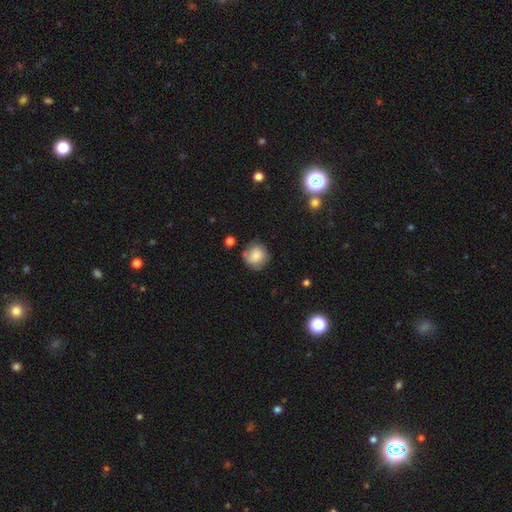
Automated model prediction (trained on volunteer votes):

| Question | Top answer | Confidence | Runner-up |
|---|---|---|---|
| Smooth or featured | smooth | 78% | featured or disk (13%) |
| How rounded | round | 88% | in between (11%) |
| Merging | none | 72% | minor disturbance (19%) |